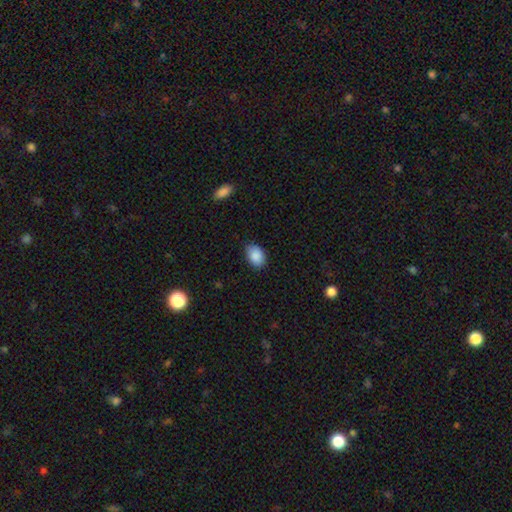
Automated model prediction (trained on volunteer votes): Morphology: type=smooth (89%); roundness=in between (85%); merging=none (82%).